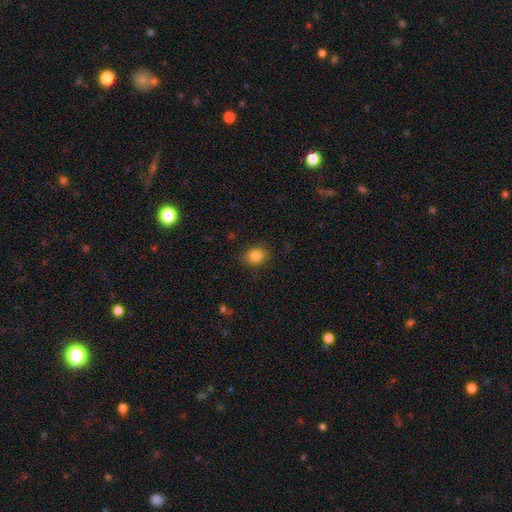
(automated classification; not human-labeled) A smooth galaxy with no disk features (84%) that is round (51%). Merging: none (85%).